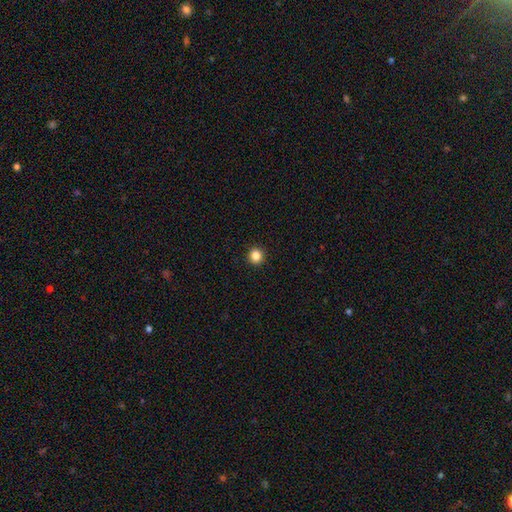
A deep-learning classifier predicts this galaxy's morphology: This is clearly a smooth galaxy (85%). How rounded: clearly round (95%). Merging: clearly none (94%).